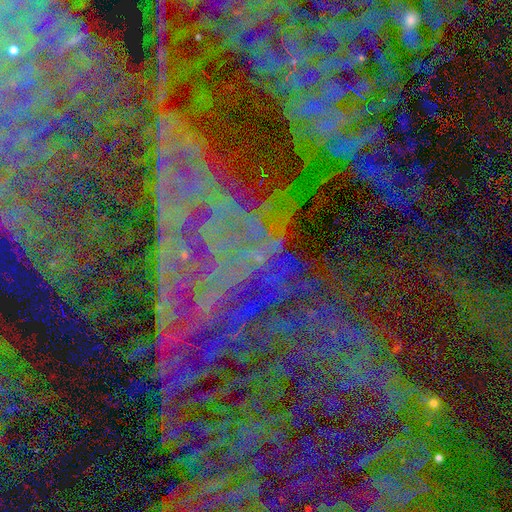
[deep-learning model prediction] Morphology: type=star or artifact (86%).